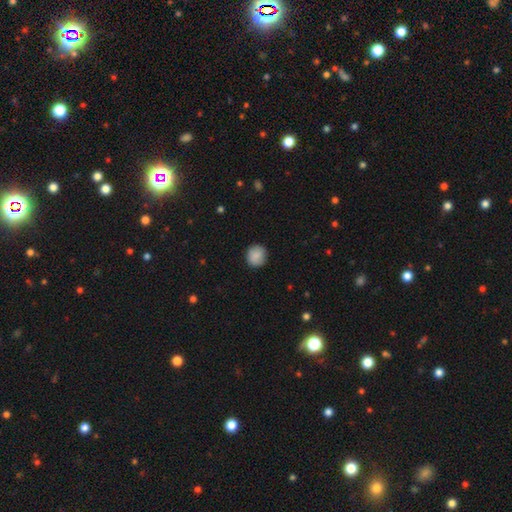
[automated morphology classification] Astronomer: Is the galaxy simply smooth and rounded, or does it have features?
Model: smooth — 88%.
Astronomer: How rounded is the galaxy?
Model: round — 89%.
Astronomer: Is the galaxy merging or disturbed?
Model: none — 88%.